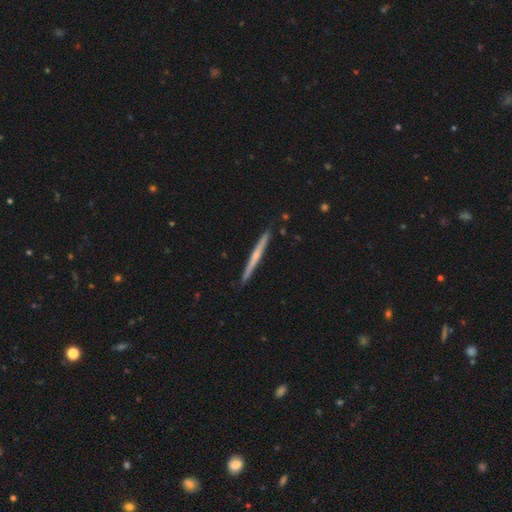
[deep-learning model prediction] Smooth or featured? Predicted: featured or disk (p=0.58). Edge-on disk? Predicted: yes (p=0.98). Edge-on bulge? Predicted: none (p=0.58). Merging? Predicted: none (p=0.91).